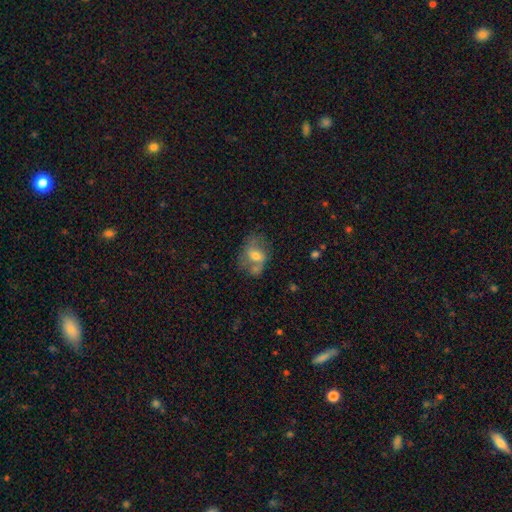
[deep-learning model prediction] Smooth or featured?
  - smooth: 53% *
  - featured or disk: 38%
  - star or artifact: 10%
How rounded?
  - in between: 67% *
  - round: 31%
  - cigar-shaped: 2%
Merging?
  - none: 43% *
  - merger: 23%
  - minor disturbance: 21%
  - major disturbance: 13%